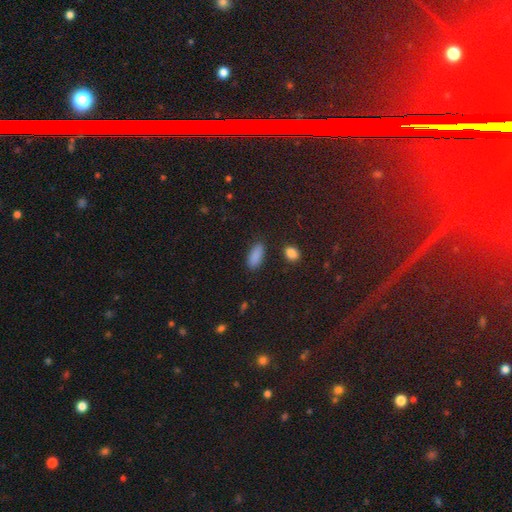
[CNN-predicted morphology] Smooth or featured: smooth — 89% (star or artifact — 8%)
How rounded: in between — 85% (cigar-shaped — 12%)
Merging: none — 86% (minor disturbance — 9%)